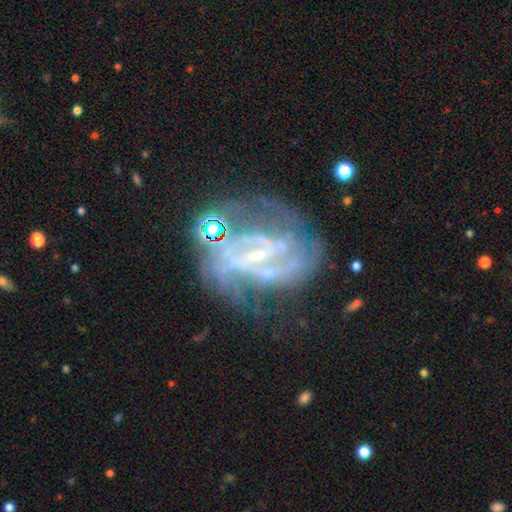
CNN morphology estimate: A featured or disk galaxy (82%) with a strong bar (42%), can't tell (34%, tied with 2) medium (41%) spiral arms (82%) and a small central bulge (55%).

Vote fractions:
- Smooth or featured? featured or disk: 82% / star or artifact: 11% / smooth: 7%
- Edge-on disk? no: 97% / yes: 3%
- Bar? strong: 42% / weak: 38% / no: 20%
- Spiral arms? yes: 82% / no: 18%
- Spiral winding? medium: 41% / tight: 38% / loose: 21%
- Spiral arm count? can't tell: 34% (tied) / 2: 34% (tied) / 3: 14% / 4: 7% / 1: 6% / more than 4: 5%
- Bulge size? small: 55% / none: 26% / moderate: 16% / large: 2% / dominant: 1%
- Merging? none: 49% / major disturbance: 24% / minor disturbance: 20% / merger: 8%